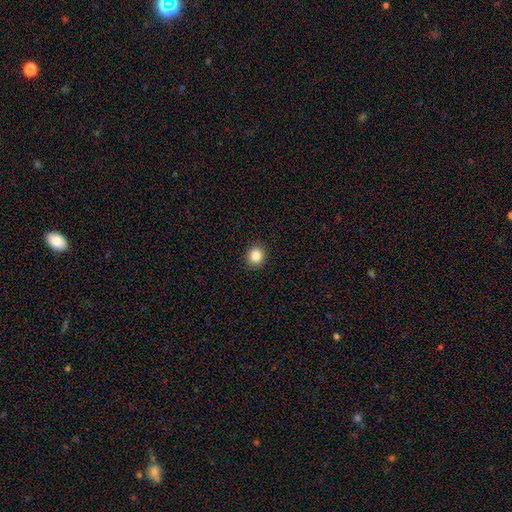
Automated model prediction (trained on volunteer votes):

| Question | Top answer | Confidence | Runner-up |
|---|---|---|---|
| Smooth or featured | smooth | 85% | star or artifact (10%) |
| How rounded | round | 81% | in between (18%) |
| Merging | none | 92% | minor disturbance (6%) |